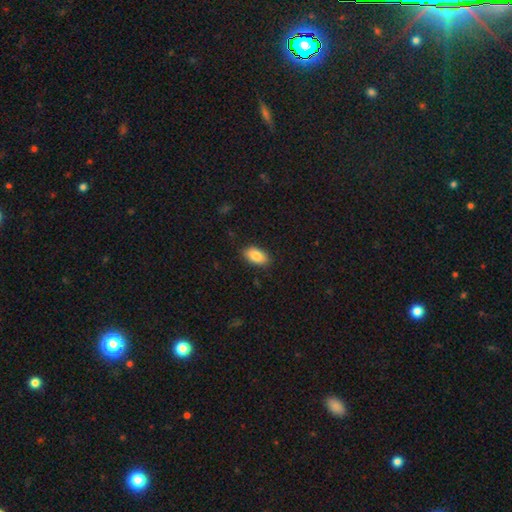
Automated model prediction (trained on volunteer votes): smooth 86%, featured or disk 7%, star or artifact 7%. Down the decision tree: how rounded — in between (93%); merging — none (87%).